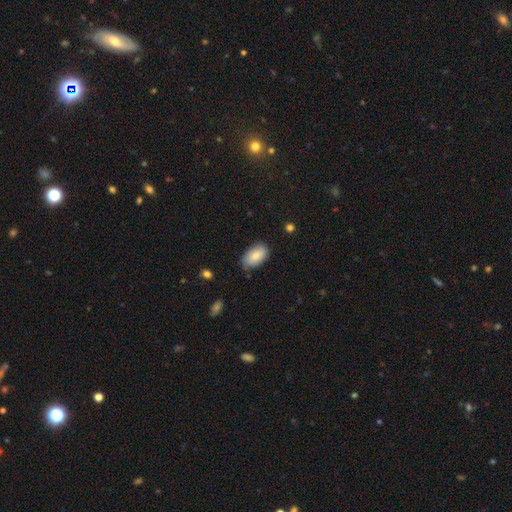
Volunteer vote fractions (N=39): This is likely a smooth galaxy (79%). How rounded: clearly in between (100%). Merging: clearly none (82%).